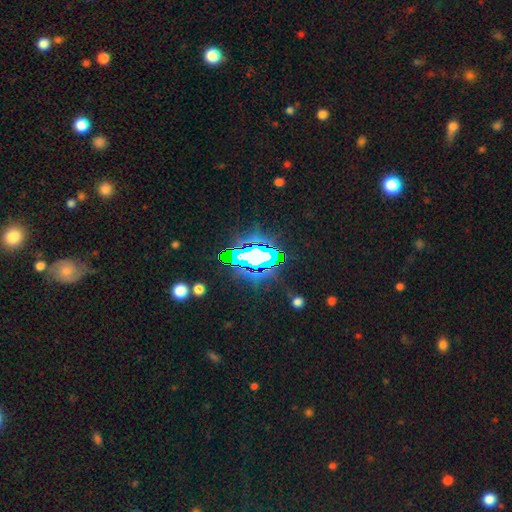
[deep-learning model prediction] Overall: star or artifact (63%).